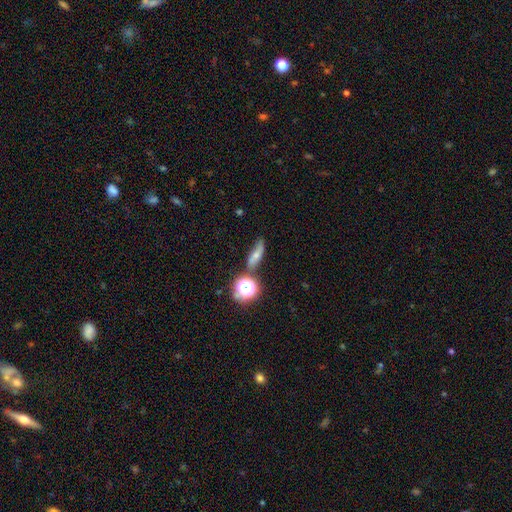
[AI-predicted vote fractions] A smooth galaxy with no disk features (49%). Merging: none (60%).